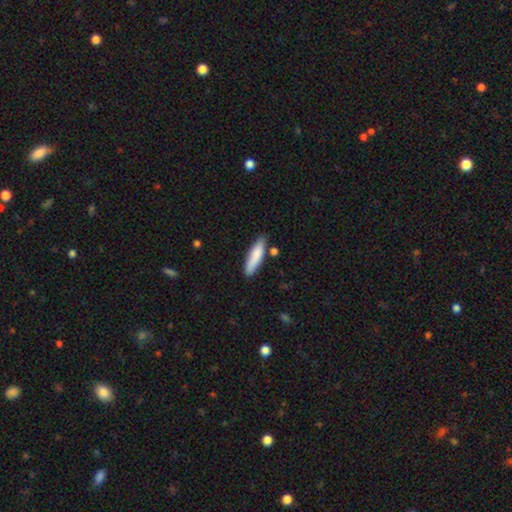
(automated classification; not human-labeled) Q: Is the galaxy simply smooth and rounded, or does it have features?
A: smooth — 81%.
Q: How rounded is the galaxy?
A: cigar-shaped — 70%.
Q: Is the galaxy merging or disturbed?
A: none — 76%.